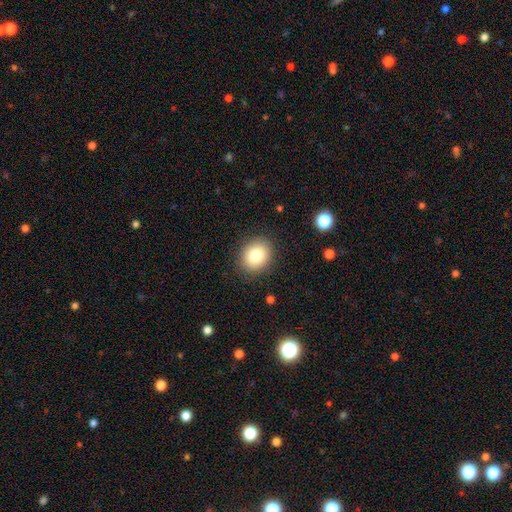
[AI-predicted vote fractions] smooth 82%, star or artifact 9%, featured or disk 9%. Down the decision tree: how rounded — round (63%); merging — none (87%).